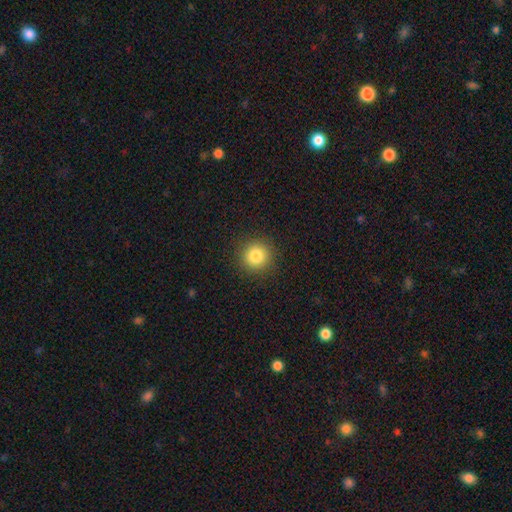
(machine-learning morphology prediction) Overall: smooth (83%). How rounded: round (94%). Merging: none (91%).